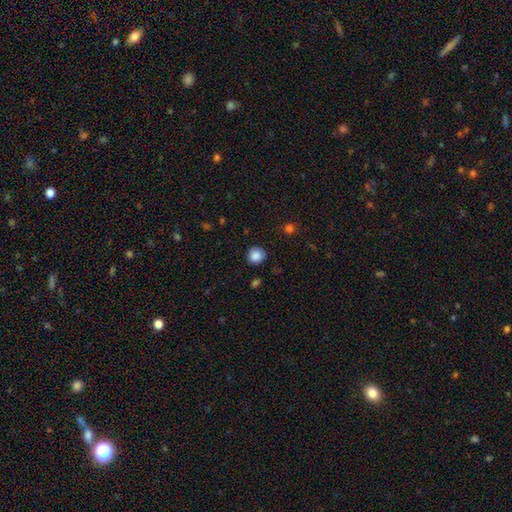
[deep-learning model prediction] smooth-or-featured: smooth: 87% | star or artifact: 10% | featured or disk: 3%
  how-rounded: round: 91% | in between: 8% | cigar-shaped: 1%
  merging: none: 88% | minor disturbance: 8% | major disturbance: 2% | merger: 1%